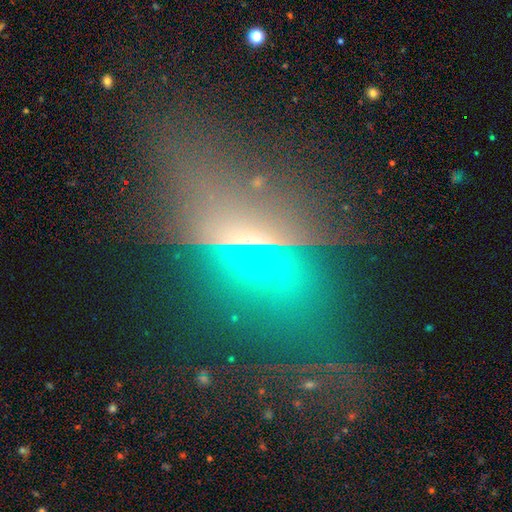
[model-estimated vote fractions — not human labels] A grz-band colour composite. It shows a featured or disk galaxy (38%). Merging: none (56%).